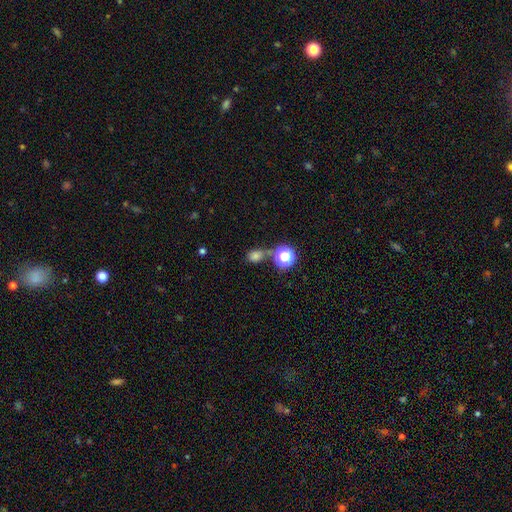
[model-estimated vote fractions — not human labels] Smooth or featured? Predicted: smooth (p=0.70). How rounded? Predicted: round (p=0.66). Merging? Predicted: none (p=0.60).